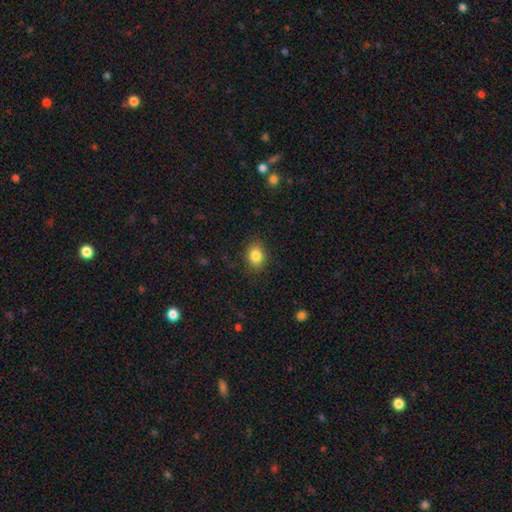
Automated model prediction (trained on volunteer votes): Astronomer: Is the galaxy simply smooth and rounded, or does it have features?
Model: smooth — 85%.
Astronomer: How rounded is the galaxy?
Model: in between — 64%.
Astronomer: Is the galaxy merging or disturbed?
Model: none — 86%.